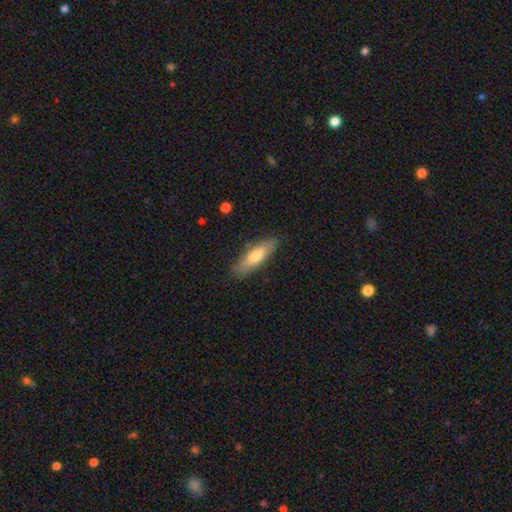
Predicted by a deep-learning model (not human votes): Smooth or featured? smooth (69%)
How rounded? cigar-shaped (59%)
Merging? none (85%)